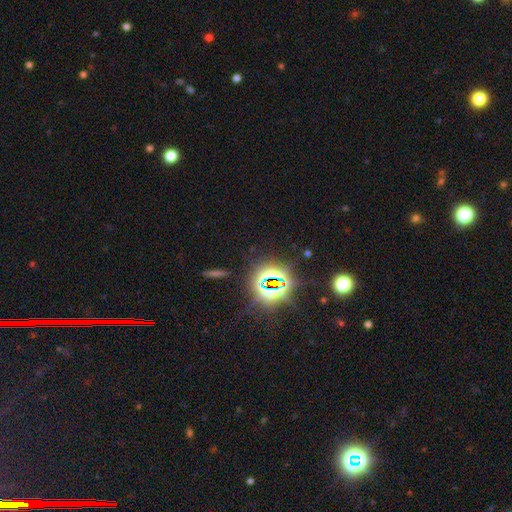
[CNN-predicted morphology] This is clearly a star or artifact rather than a galaxy (82%).